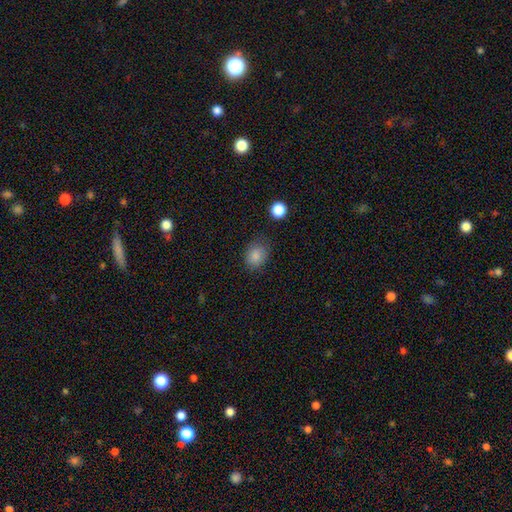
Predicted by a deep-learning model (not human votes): smooth-or-featured: smooth: 85% | star or artifact: 10% | featured or disk: 5%
  how-rounded: round: 53% | in between: 47% | cigar-shaped: 1%
  merging: none: 73% | minor disturbance: 20% | major disturbance: 5% | merger: 2%